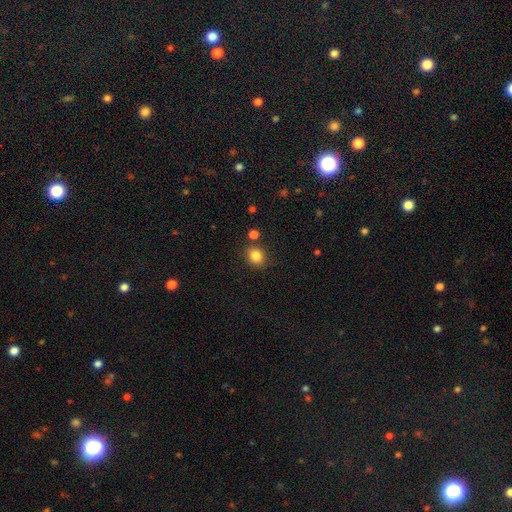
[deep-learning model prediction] Smooth or featured?
  - smooth: 83% *
  - star or artifact: 11%
  - featured or disk: 6%
How rounded?
  - round: 67% *
  - in between: 32%
  - cigar-shaped: 1%
Merging?
  - none: 82% *
  - minor disturbance: 10%
  - merger: 5%
  - major disturbance: 3%